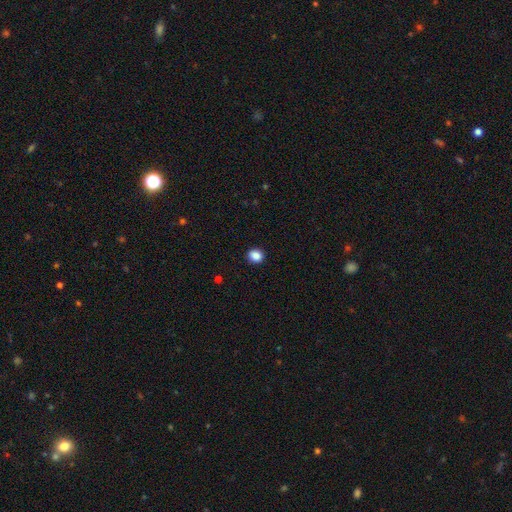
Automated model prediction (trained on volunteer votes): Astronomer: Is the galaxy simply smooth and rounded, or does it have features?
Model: smooth — 87%.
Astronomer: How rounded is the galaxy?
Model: round — 70%.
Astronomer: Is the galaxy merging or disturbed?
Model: none — 91%.